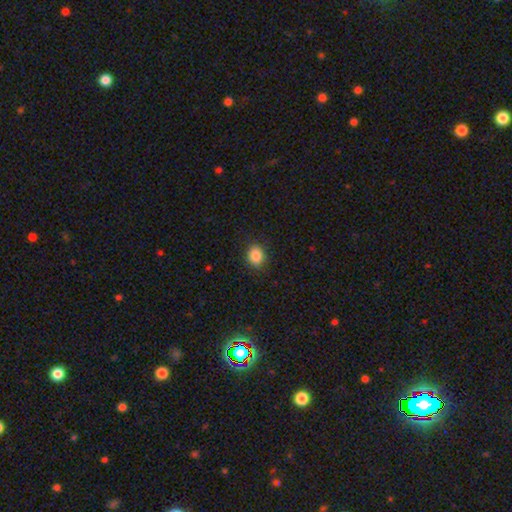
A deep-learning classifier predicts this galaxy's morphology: A smooth galaxy with no disk features (87%) that is round (55%).

Vote fractions:
- Smooth or featured? smooth: 87% / star or artifact: 9% / featured or disk: 4%
- How rounded? round: 55% / in between: 44% / cigar-shaped: 1%
- Merging? none: 86% / minor disturbance: 10% / major disturbance: 3% / merger: 1%